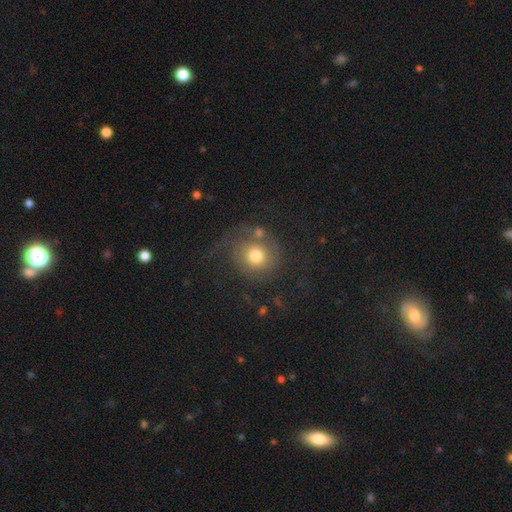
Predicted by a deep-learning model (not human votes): Smooth or featured? featured or disk (46%)
Merging? none (56%)